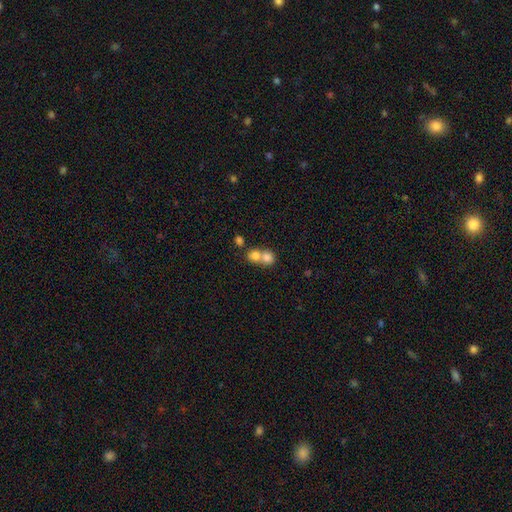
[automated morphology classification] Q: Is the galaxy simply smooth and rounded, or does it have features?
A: smooth — 77%.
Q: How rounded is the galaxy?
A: round — 74%.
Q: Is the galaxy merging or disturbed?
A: merger — 67%.